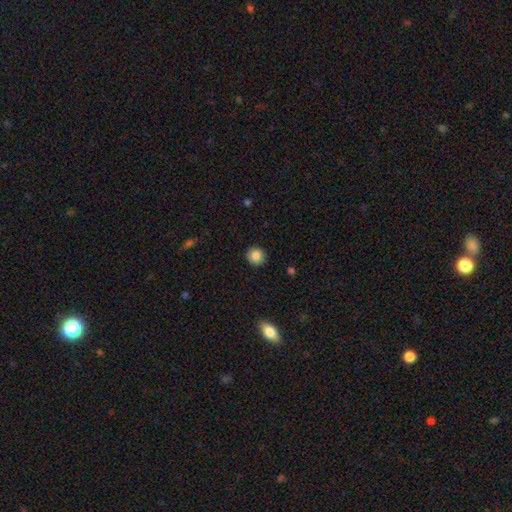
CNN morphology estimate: Q: Smooth or featured?
A: smooth (83%); runner-up: star or artifact (9%)
Q: How rounded?
A: round (89%); runner-up: in between (10%)
Q: Merging?
A: none (90%); runner-up: minor disturbance (7%)